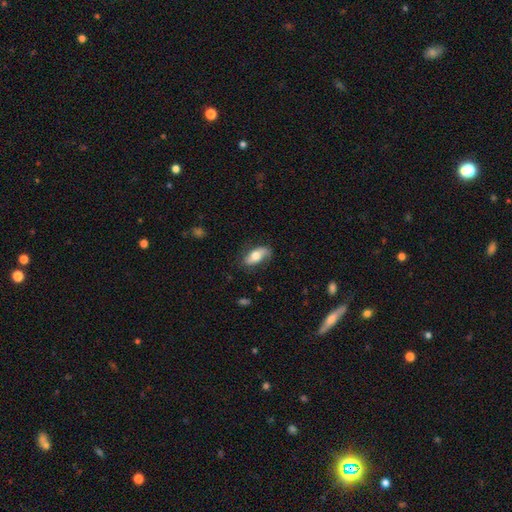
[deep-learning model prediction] The model was most divided on "smooth or featured": smooth: 58%, featured or disk: 36%, star or artifact: 6%. More confident: how rounded — in between (83%); merging — none (71%).